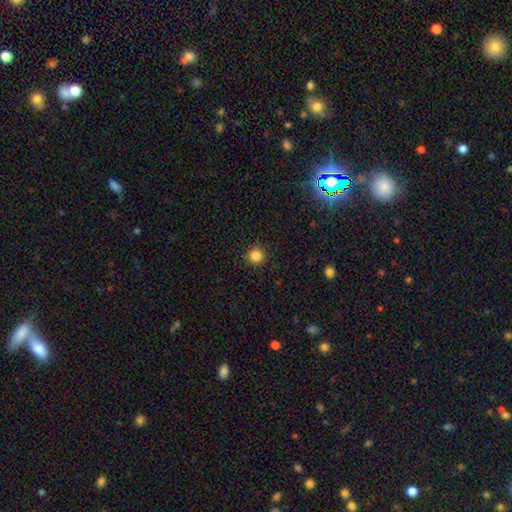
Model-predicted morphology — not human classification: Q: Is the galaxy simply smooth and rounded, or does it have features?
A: smooth — 85%.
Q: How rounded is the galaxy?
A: round — 95%.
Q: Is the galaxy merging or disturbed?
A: none — 92%.